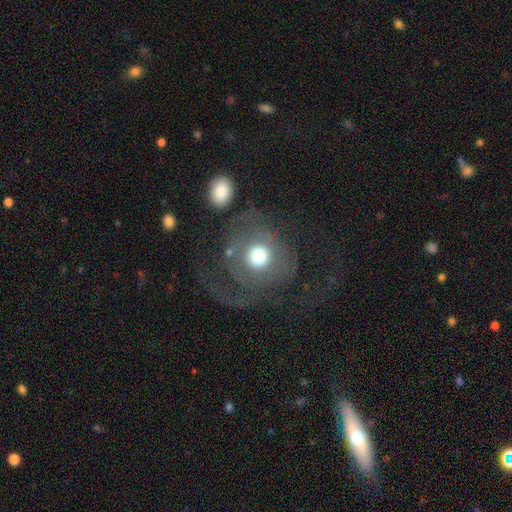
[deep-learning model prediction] Smooth or featured?
  - featured or disk: 49% *
  - smooth: 42%
  - star or artifact: 9%
Merging?
  - major disturbance: 49% *
  - none: 33%
  - minor disturbance: 13%
  - merger: 5%